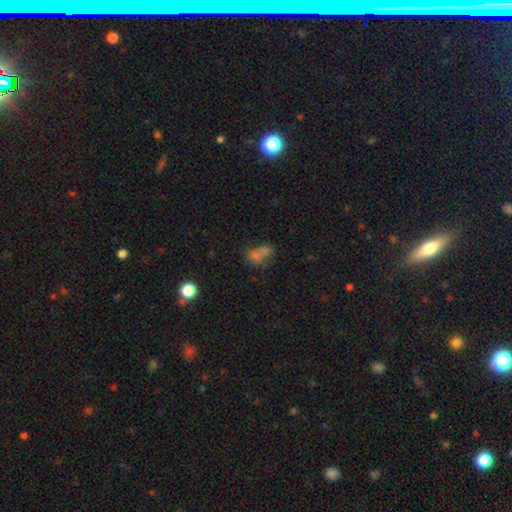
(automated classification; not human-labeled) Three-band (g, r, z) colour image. It shows a smooth galaxy with no disk features (63%) that is in between round and cigar-shaped (73%). Merging: merger (36%).